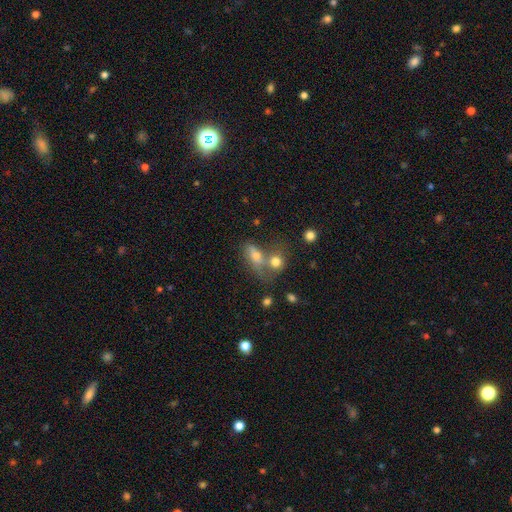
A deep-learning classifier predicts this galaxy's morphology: Overall: smooth (66%). How rounded: in between (69%). Merging: merger (49%; none 31%).